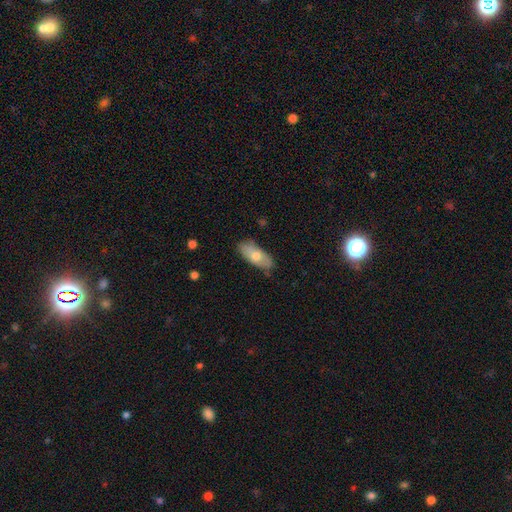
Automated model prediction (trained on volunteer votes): smooth_or_featured: smooth (p=0.67) [alt: featured or disk p=0.27]
how_rounded: in between (p=0.85) [alt: cigar-shaped p=0.12]
merging: none (p=0.80) [alt: minor disturbance p=0.16]